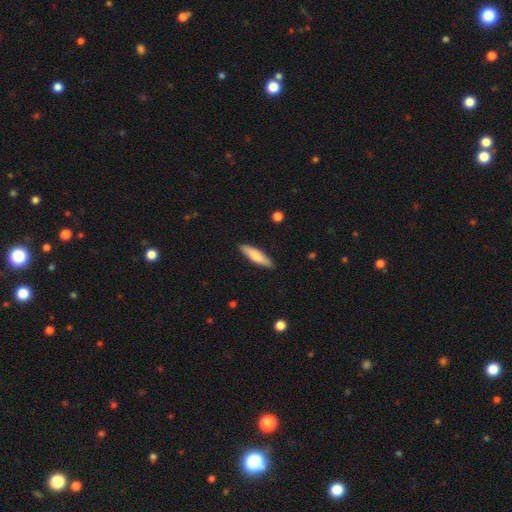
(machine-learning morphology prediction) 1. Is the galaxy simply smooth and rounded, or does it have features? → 70% smooth, 25% featured or disk, 5% star or artifact.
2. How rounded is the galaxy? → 71% cigar-shaped, 28% in between, 2% round.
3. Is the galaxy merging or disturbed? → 89% none, 9% minor disturbance, 2% major disturbance, 1% merger.